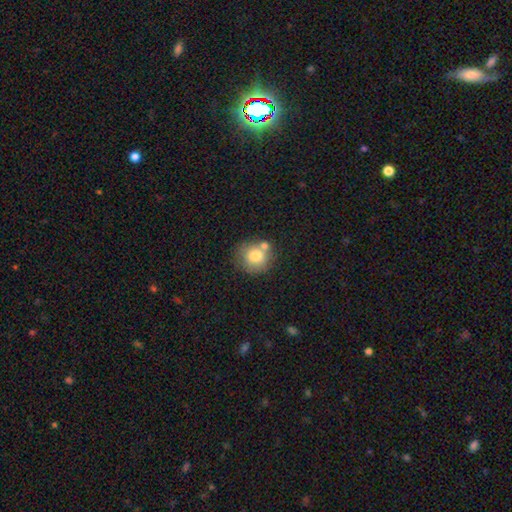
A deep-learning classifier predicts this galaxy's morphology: The model was most divided on "merging": none: 58%, merger: 23%, minor disturbance: 15%, major disturbance: 5%. More confident: how rounded — round (85%); smooth or featured — smooth (77%).